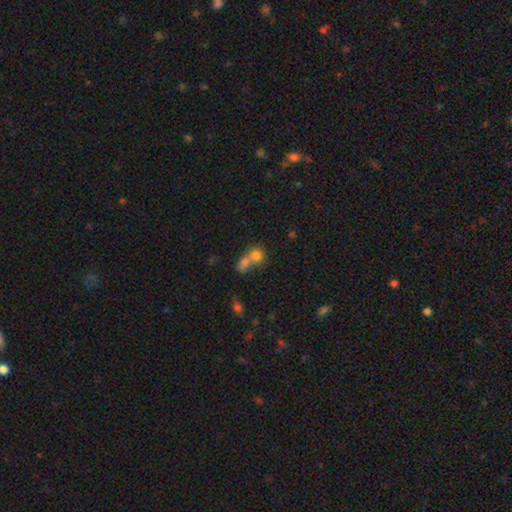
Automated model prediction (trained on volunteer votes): Overall: smooth (76%). How rounded: round (73%). Merging: merger (63%; none 27%).